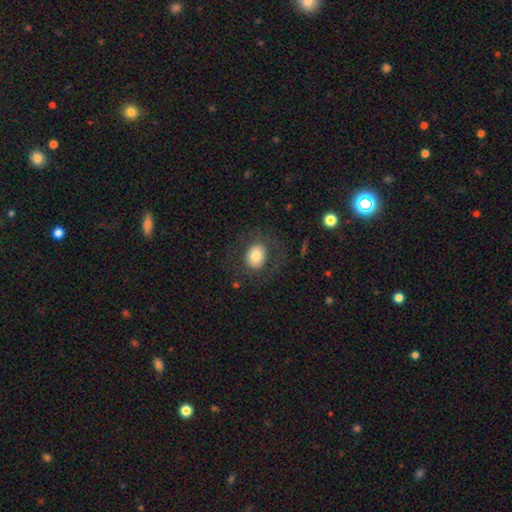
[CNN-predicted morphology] A smooth galaxy with no disk features (73%) that is in between round and cigar-shaped (51%). Merging: none (76%).